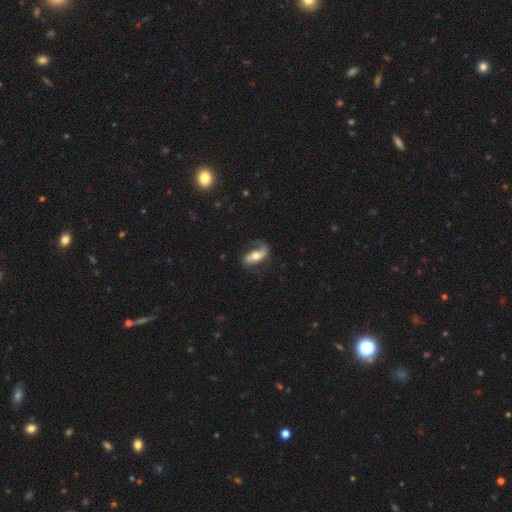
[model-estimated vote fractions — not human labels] A featured or disk galaxy (70%) with no bar (41%), 2 (85%) loose (58%) spiral arms (86%) and a moderate central bulge (70%).

Vote fractions:
- Smooth or featured? featured or disk: 70% / smooth: 24% / star or artifact: 6%
- Edge-on disk? no: 89% / yes: 11%
- Bar? no: 41% / strong: 33% / weak: 27%
- Spiral arms? yes: 86% / no: 14%
- Spiral winding? loose: 58% / medium: 29% / tight: 13%
- Spiral arm count? 2: 85% / 1: 7% / can't tell: 5% / 3: 1% / 4: 1% / more than 4: 1%
- Bulge size? moderate: 70% / small: 14% / large: 13% / dominant: 2% / none: 1%
- Merging? none: 69% / minor disturbance: 19% / major disturbance: 11% / merger: 2%